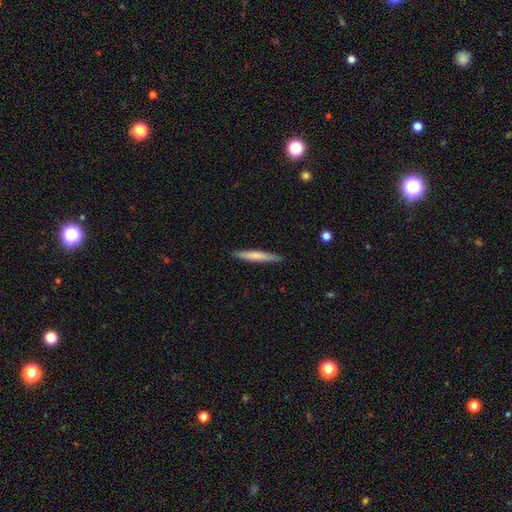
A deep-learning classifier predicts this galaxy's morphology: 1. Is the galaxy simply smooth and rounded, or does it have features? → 66% smooth, 28% featured or disk, 5% star or artifact.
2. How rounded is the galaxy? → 94% cigar-shaped, 4% in between, 1% round.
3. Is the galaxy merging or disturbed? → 88% none, 9% minor disturbance, 2% major disturbance, 1% merger.